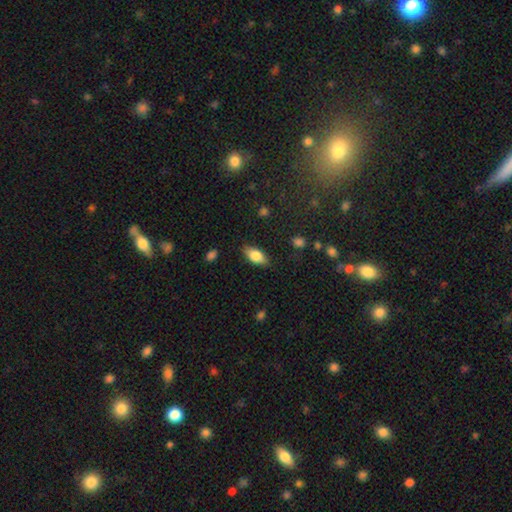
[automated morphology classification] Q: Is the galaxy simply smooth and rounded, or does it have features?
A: smooth — 78%.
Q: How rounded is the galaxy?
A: in between — 87%.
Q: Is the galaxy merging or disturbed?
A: none — 84%.